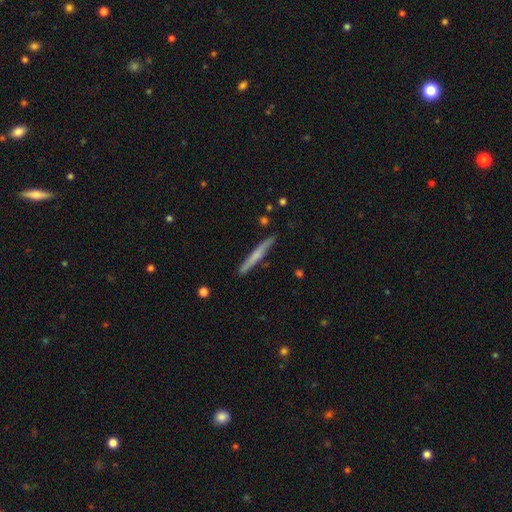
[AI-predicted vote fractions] Smooth or featured?
  - smooth: 50% *
  - featured or disk: 45%
  - star or artifact: 5%
Merging?
  - none: 88% *
  - minor disturbance: 9%
  - merger: 2%
  - major disturbance: 2%